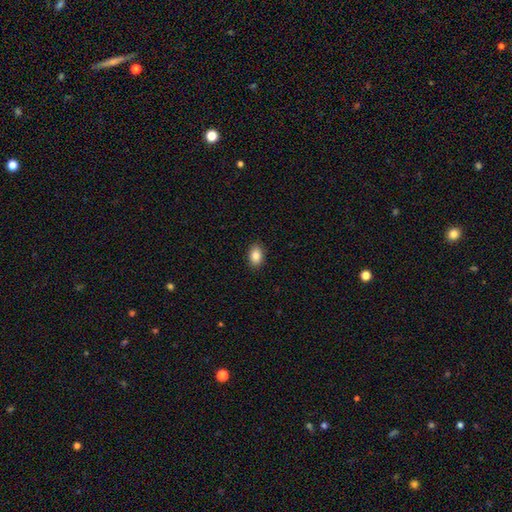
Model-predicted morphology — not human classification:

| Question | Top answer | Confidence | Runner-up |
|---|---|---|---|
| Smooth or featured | smooth | 85% | star or artifact (8%) |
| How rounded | in between | 86% | round (13%) |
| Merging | none | 90% | minor disturbance (7%) |